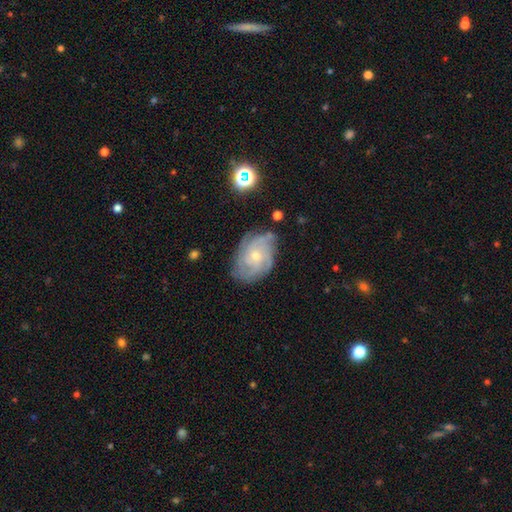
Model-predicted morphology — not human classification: The model was most divided on "spiral arm count": can't tell: 34%, 4: 24%, 3: 18%, more than 4: 9%, 2: 9%, 1: 5%. More confident: edge-on disk — no (97%); spiral arms — yes (94%); smooth or featured — featured or disk (76%); bar — no (75%); merging — none (70%); bulge size — small (58%); spiral winding — tight (57%).